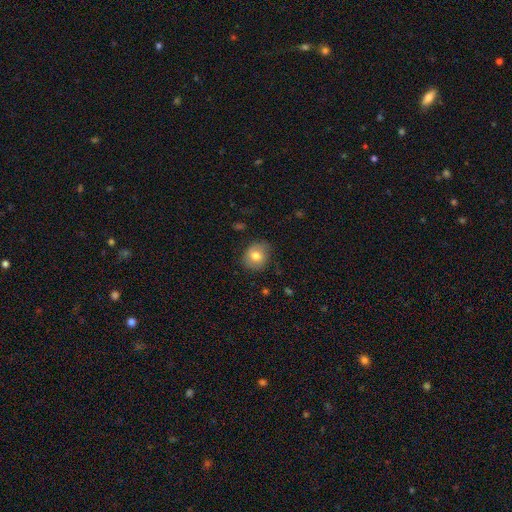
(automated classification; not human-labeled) This is likely a smooth galaxy (76%). How rounded: likely round (67%). Merging: likely none (78%).